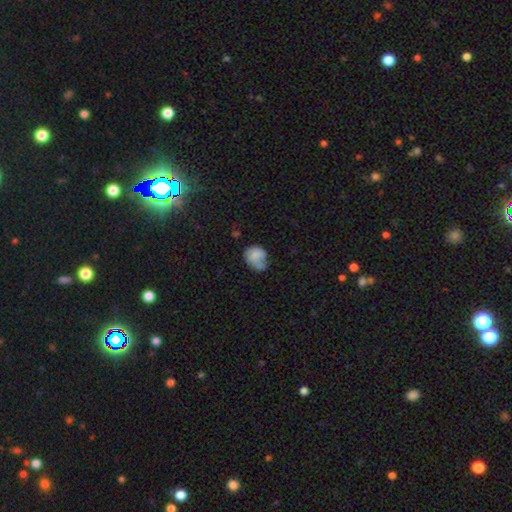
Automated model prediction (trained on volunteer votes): Morphology: type=smooth (70%); roundness=round (53%); merging=minor disturbance (36%).